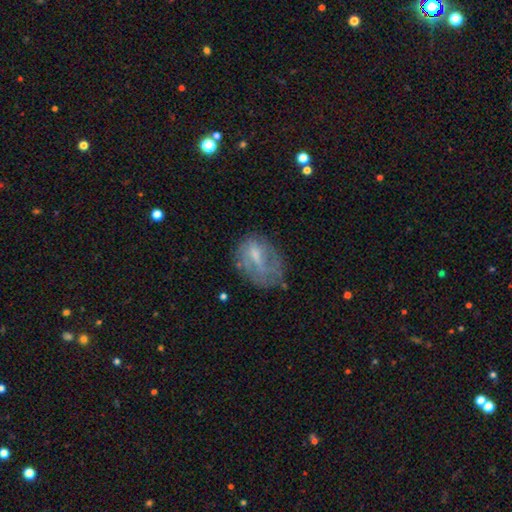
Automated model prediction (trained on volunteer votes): Smooth or featured: featured or disk — 50% (smooth — 41%)
Edge-on disk: no — 96% (yes — 4%)
Merging: none — 47% (minor disturbance — 27%)